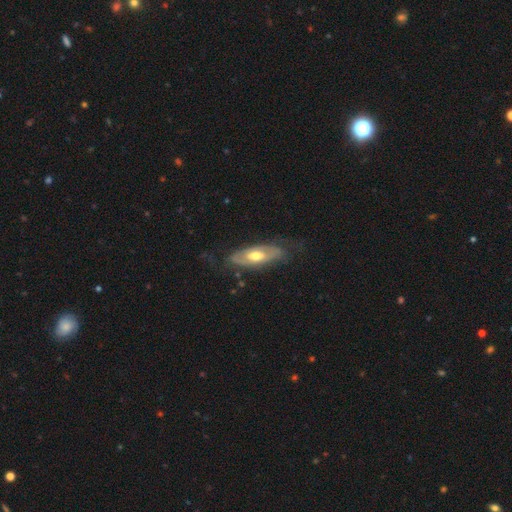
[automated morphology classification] This appears to be a featured or disk galaxy (65%). Merging: none (65%).